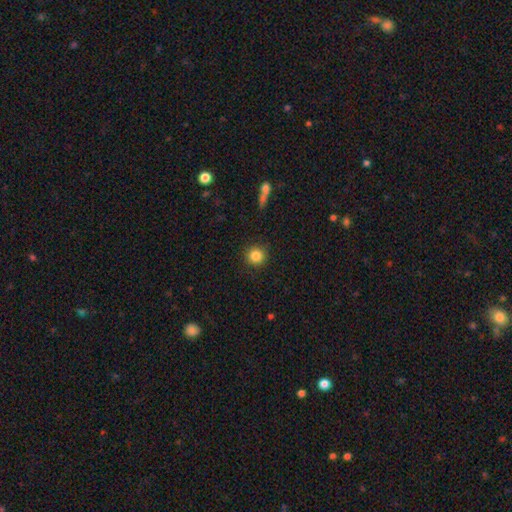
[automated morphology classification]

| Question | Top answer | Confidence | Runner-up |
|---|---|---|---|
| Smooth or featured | smooth | 85% | star or artifact (10%) |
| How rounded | round | 93% | in between (6%) |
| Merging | none | 90% | minor disturbance (7%) |